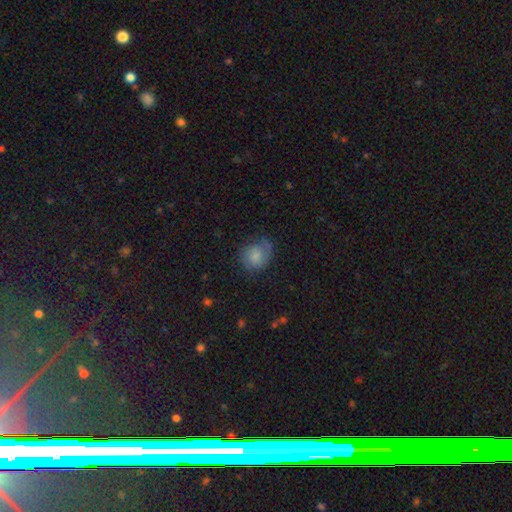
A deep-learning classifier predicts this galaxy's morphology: Overall: smooth (63%; featured or disk 29%). How rounded: round (71%). Merging: none (56%; minor disturbance 26%).